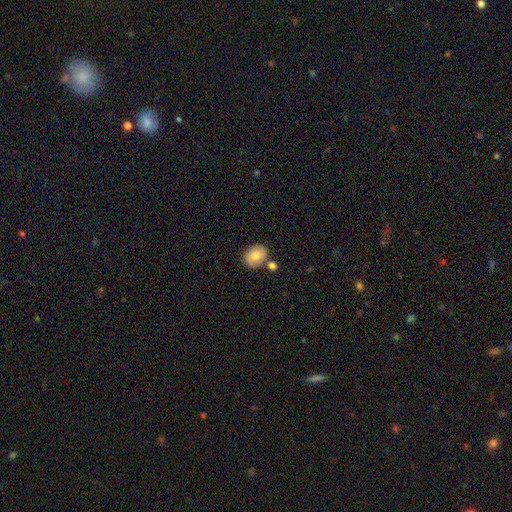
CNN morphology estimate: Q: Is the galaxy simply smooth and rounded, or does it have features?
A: smooth — 80%.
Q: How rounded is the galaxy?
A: in between — 55%.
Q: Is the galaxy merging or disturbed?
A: none — 72%.